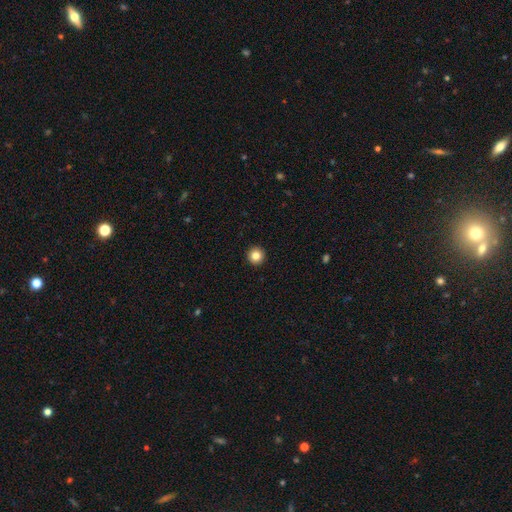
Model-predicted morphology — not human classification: Smooth or featured? Predicted: smooth (p=0.83). How rounded? Predicted: round (p=0.96). Merging? Predicted: none (p=0.94).